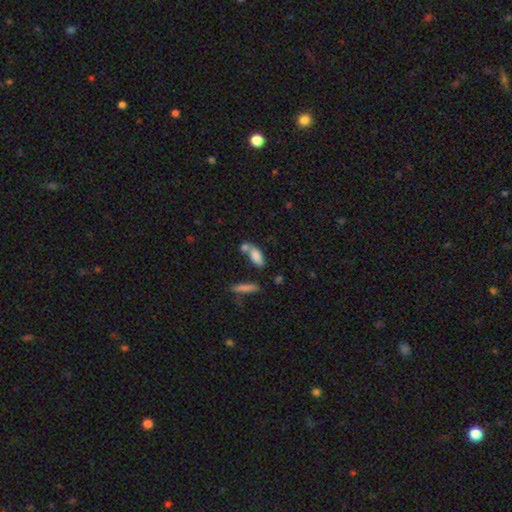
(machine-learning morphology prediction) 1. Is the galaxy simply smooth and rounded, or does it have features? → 78% smooth, 13% featured or disk, 9% star or artifact.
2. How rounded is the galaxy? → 76% in between, 21% cigar-shaped, 4% round.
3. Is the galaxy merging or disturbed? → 41% none, 39% merger, 13% minor disturbance, 6% major disturbance.